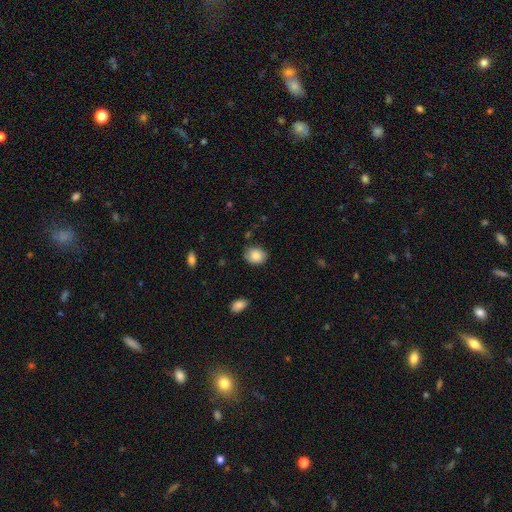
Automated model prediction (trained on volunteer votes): This appears to be a smooth galaxy with no disk features (85%) that is in between round and cigar-shaped (52%). Merging: none (76%).